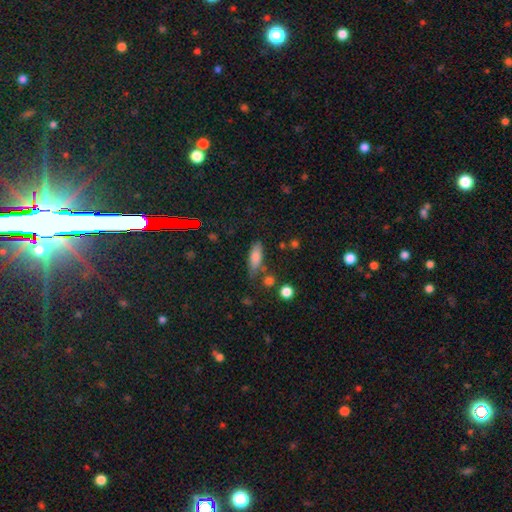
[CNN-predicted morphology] Smooth or featured: smooth — 78% (featured or disk — 12%)
How rounded: in between — 70% (cigar-shaped — 27%)
Merging: none — 62% (minor disturbance — 22%)